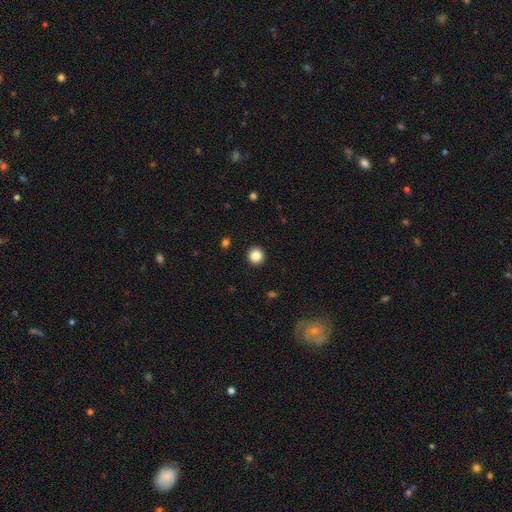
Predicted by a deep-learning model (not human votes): Q: Smooth or featured?
A: smooth (86%); runner-up: star or artifact (10%)
Q: How rounded?
A: round (95%); runner-up: in between (4%)
Q: Merging?
A: none (93%); runner-up: minor disturbance (4%)